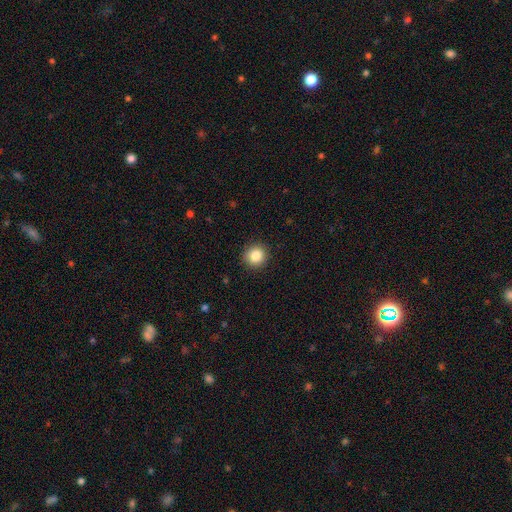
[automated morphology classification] type=smooth (85%); roundness=round (91%); merging=none (91%).